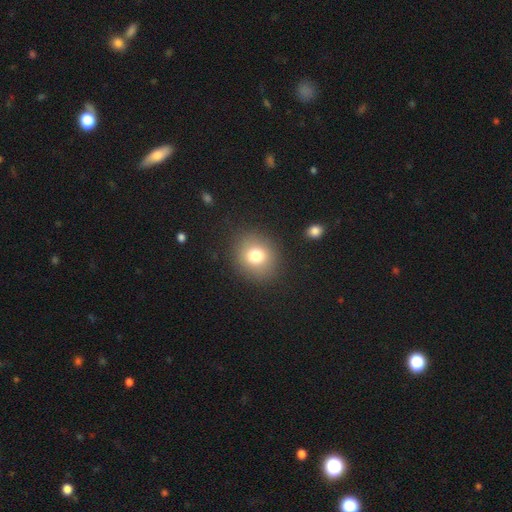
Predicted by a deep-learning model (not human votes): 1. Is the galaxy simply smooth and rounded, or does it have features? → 77% smooth, 12% star or artifact, 11% featured or disk.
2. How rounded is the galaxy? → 74% round, 25% in between, 1% cigar-shaped.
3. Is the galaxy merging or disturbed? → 87% none, 8% minor disturbance, 3% major disturbance, 2% merger.